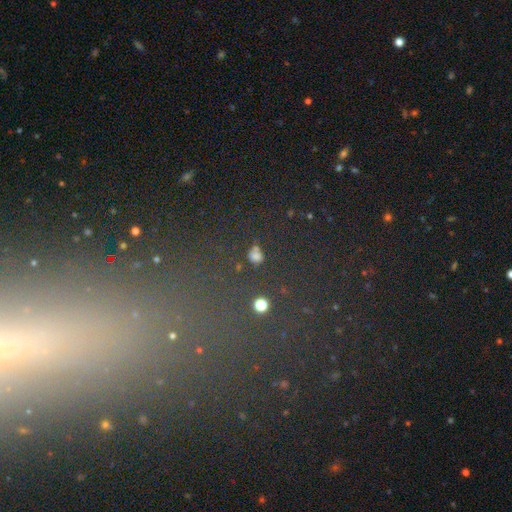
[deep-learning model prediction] A smooth galaxy with no disk features (49%).

Vote fractions:
- Smooth or featured? smooth: 49% / star or artifact: 42% / featured or disk: 9%
- Merging? none: 79% / minor disturbance: 10% / merger: 6% / major disturbance: 5%